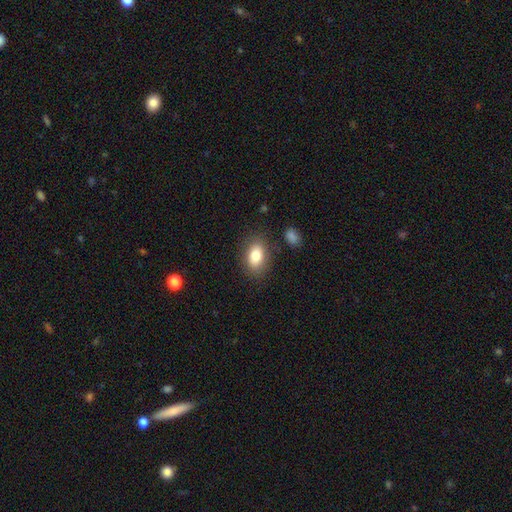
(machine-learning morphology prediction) Smooth or featured?
  - smooth: 81% *
  - featured or disk: 11%
  - star or artifact: 8%
How rounded?
  - in between: 84% *
  - round: 15%
  - cigar-shaped: 2%
Merging?
  - none: 82% *
  - minor disturbance: 12%
  - major disturbance: 4%
  - merger: 3%